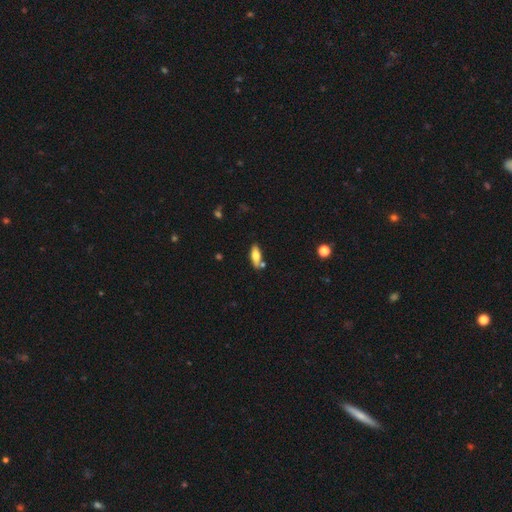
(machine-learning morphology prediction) Overall: smooth (70%). How rounded: in between (73%). Merging: none (69%).